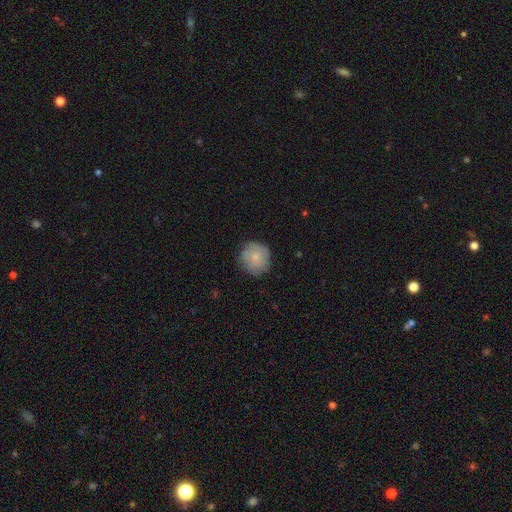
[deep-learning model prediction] Q: Smooth or featured?
A: smooth (64%); runner-up: featured or disk (28%)
Q: How rounded?
A: round (90%); runner-up: in between (9%)
Q: Merging?
A: none (79%); runner-up: minor disturbance (16%)